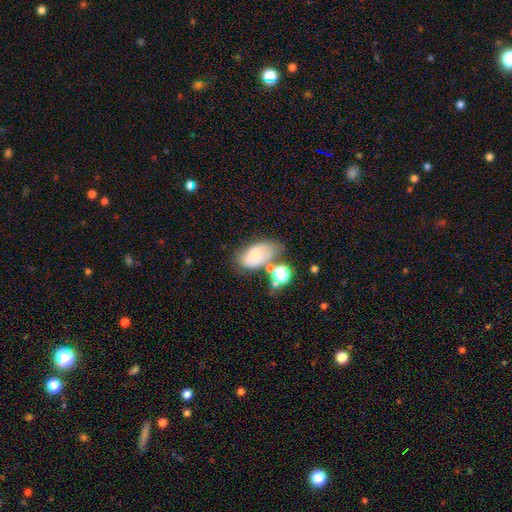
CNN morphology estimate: smooth-or-featured: smooth: 62% | featured or disk: 26% | star or artifact: 12%
  how-rounded: in between: 89% | round: 9% | cigar-shaped: 2%
  merging: none: 45% | minor disturbance: 26% | merger: 17% | major disturbance: 12%